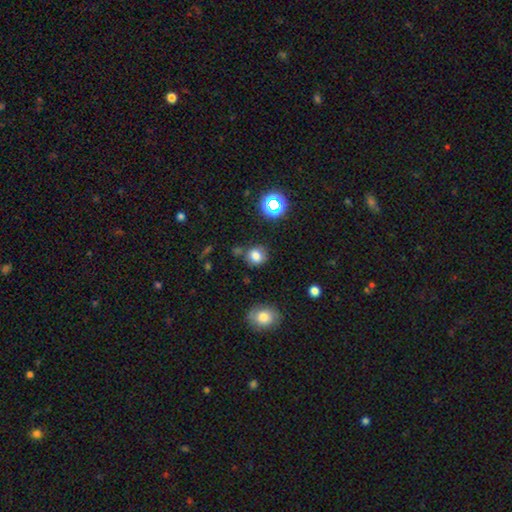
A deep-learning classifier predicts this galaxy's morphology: Smooth or featured: smooth — 77% (star or artifact — 15%)
How rounded: round — 74% (in between — 25%)
Merging: none — 72% (minor disturbance — 16%)